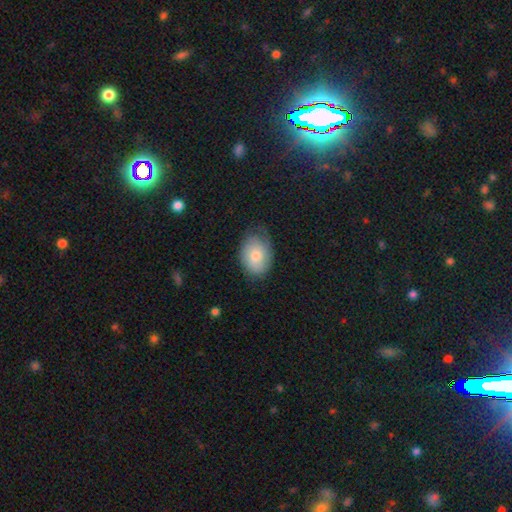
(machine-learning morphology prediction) This appears to be a smooth galaxy with no disk features (73%) that is in between round and cigar-shaped (76%). Merging: none (63%).